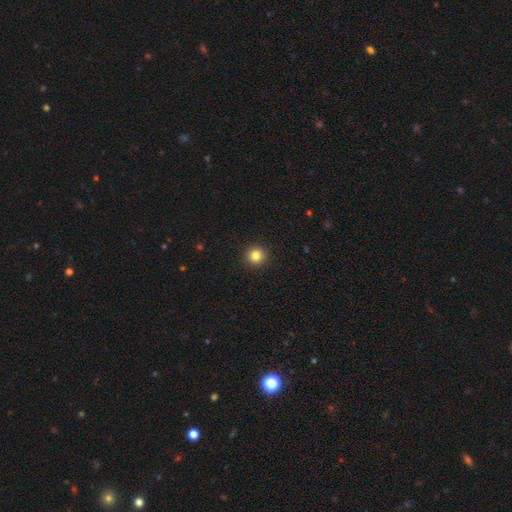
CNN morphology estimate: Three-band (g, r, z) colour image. It shows a smooth galaxy with no disk features (83%) that is round (95%). Merging: none (93%).